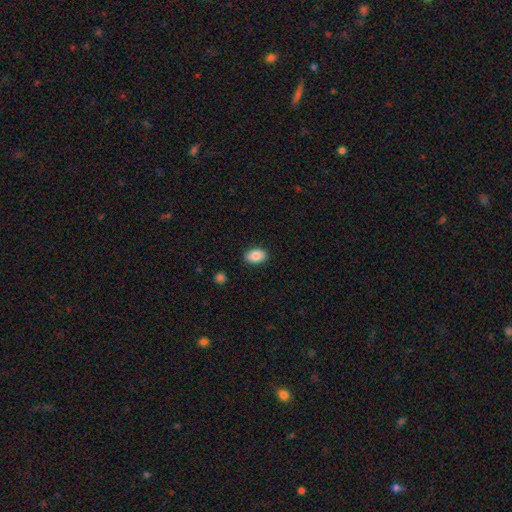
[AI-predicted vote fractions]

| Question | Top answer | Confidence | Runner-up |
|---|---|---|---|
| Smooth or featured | smooth | 87% | star or artifact (7%) |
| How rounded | in between | 89% | round (10%) |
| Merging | none | 88% | minor disturbance (9%) |